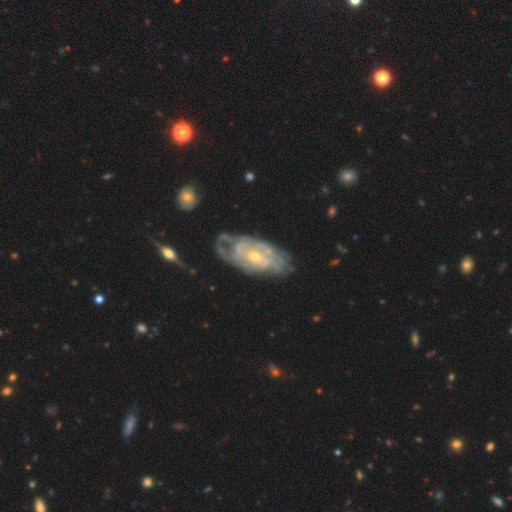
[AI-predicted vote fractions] Smooth or featured?
  - featured or disk: 82% *
  - smooth: 12%
  - star or artifact: 6%
Edge-on disk?
  - no: 93% *
  - yes: 7%
Bar?
  - no: 64% *
  - weak: 29%
  - strong: 7%
Spiral arms?
  - yes: 84% *
  - no: 16%
Spiral winding?
  - tight: 66% *
  - medium: 26%
  - loose: 8%
Spiral arm count?
  - can't tell: 58% *
  - 2: 16%
  - 3: 10%
  - 4: 8%
  - more than 4: 5%
  - 1: 4%
Bulge size?
  - small: 59% *
  - moderate: 38%
  - large: 1%
  - none: 1%
  - dominant: 1%
Merging?
  - none: 62% *
  - minor disturbance: 23%
  - major disturbance: 12%
  - merger: 3%